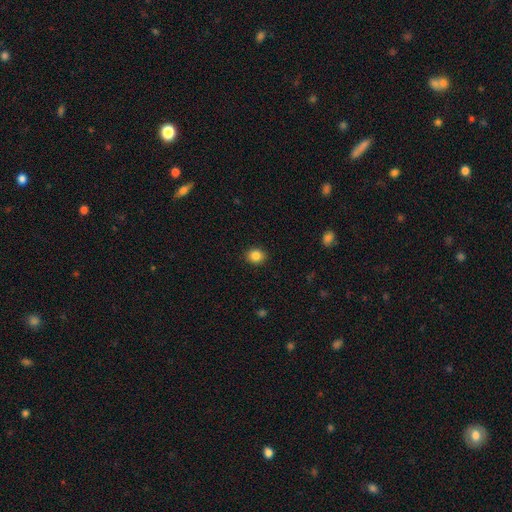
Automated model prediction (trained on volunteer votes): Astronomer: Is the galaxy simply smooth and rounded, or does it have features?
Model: smooth — 85%.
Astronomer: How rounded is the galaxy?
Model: round — 67%.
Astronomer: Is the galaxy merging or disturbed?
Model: none — 91%.